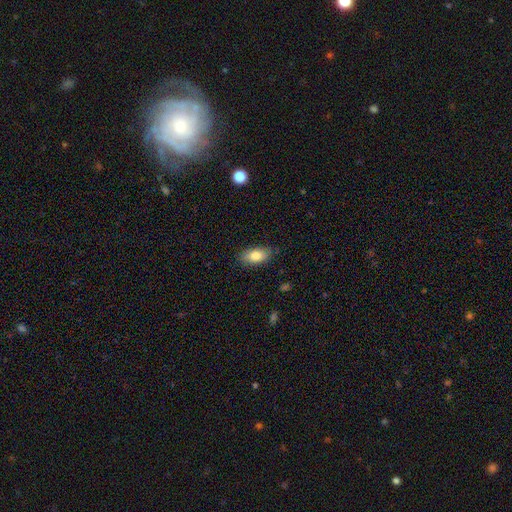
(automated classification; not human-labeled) Smooth or featured?
  - smooth: 81% *
  - featured or disk: 11%
  - star or artifact: 7%
How rounded?
  - in between: 90% *
  - cigar-shaped: 6%
  - round: 5%
Merging?
  - none: 84% *
  - minor disturbance: 12%
  - major disturbance: 3%
  - merger: 1%